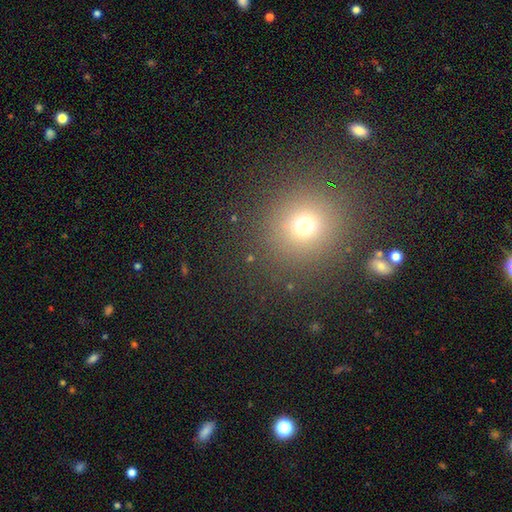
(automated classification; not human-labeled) A smooth galaxy with no disk features (61%) that is round (91%).

Vote fractions:
- Smooth or featured? smooth: 61% / star or artifact: 31% / featured or disk: 8%
- How rounded? round: 91% / in between: 8% / cigar-shaped: 1%
- Merging? none: 89% / minor disturbance: 6% / major disturbance: 3% / merger: 2%